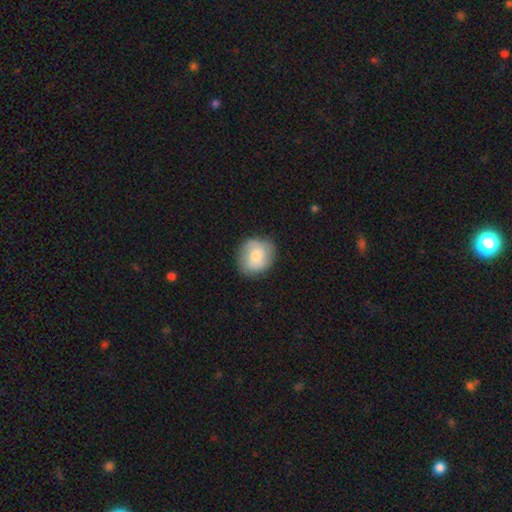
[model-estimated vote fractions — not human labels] Smooth or featured: smooth — 66% (featured or disk — 27%)
How rounded: round — 75% (in between — 24%)
Merging: none — 79% (minor disturbance — 16%)